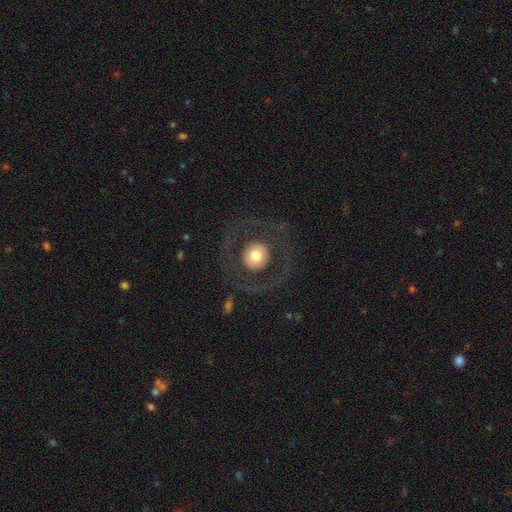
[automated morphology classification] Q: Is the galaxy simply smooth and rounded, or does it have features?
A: smooth — 51%.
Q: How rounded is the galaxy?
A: round — 92%.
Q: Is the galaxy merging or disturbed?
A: none — 79%.